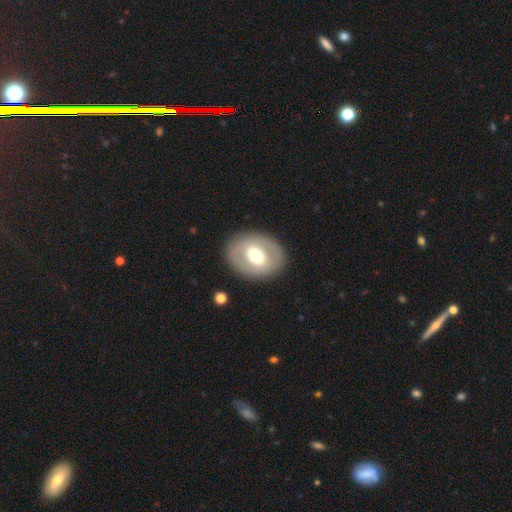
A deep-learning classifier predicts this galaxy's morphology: Smooth or featured? featured or disk (51%)
Edge-on disk? no (93%)
Merging? none (85%)